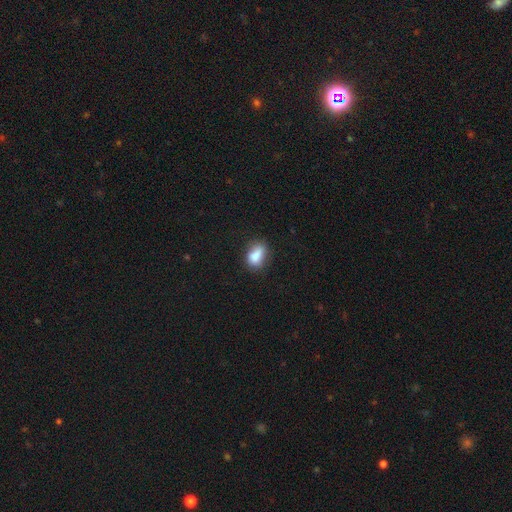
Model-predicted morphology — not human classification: Smooth or featured: smooth — 82% (star or artifact — 9%)
How rounded: in between — 80% (round — 16%)
Merging: none — 59% (minor disturbance — 27%)